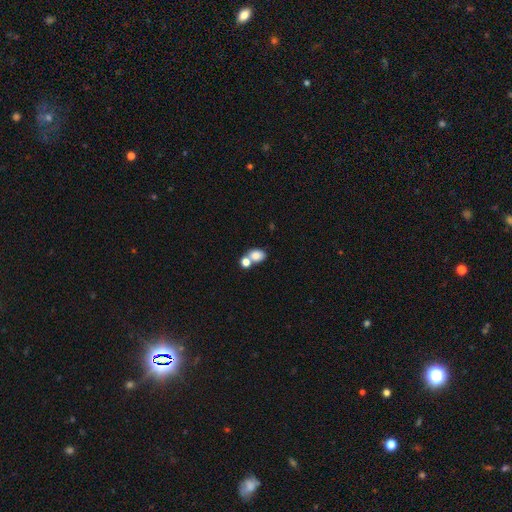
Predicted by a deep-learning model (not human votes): This appears to be a smooth galaxy with no disk features (80%) that is in between round and cigar-shaped (67%). Merging: merger (46%).